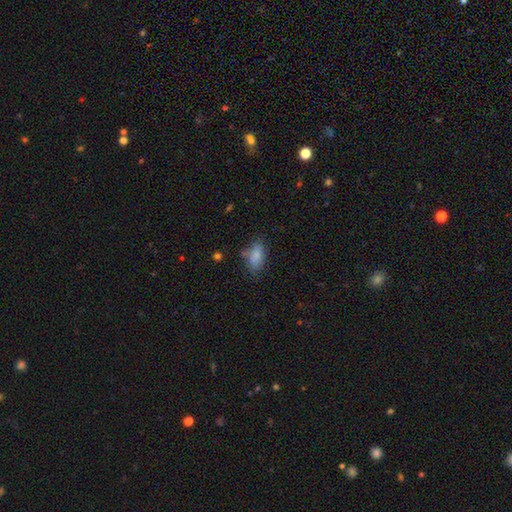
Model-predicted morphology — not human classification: Overall: smooth (83%). How rounded: in between (87%). Merging: none (65%).